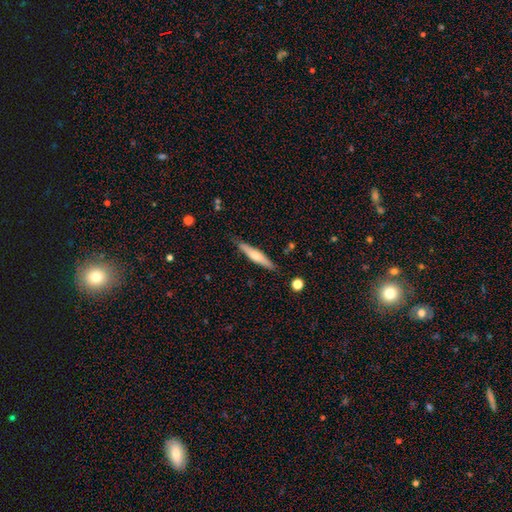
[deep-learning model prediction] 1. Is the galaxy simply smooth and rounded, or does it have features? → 51% smooth, 43% featured or disk, 6% star or artifact.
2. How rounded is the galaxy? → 86% cigar-shaped, 12% in between, 2% round.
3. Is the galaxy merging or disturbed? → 83% none, 13% minor disturbance, 2% major disturbance, 2% merger.